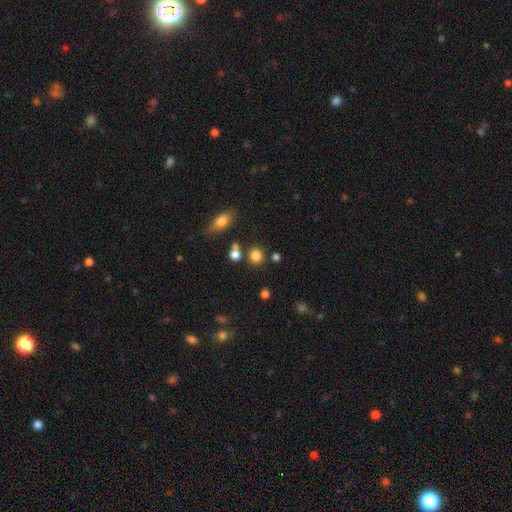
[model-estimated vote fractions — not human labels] smooth-or-featured: smooth: 82% | star or artifact: 13% | featured or disk: 6%
  how-rounded: round: 86% | in between: 12% | cigar-shaped: 1%
  merging: none: 76% | merger: 11% | minor disturbance: 9% | major disturbance: 4%